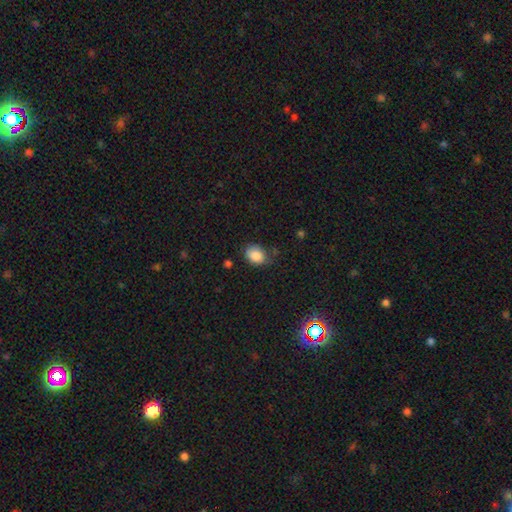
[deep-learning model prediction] Smooth or featured? smooth (86%)
How rounded? in between (64%)
Merging? none (69%)